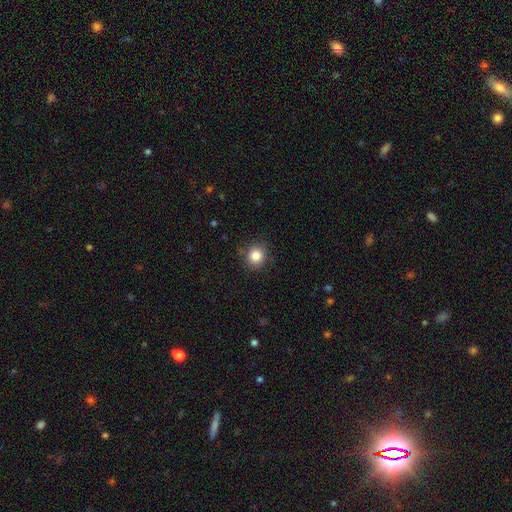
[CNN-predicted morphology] The model was most divided on "smooth or featured": smooth: 84%, star or artifact: 11%, featured or disk: 5%. More confident: how rounded — round (86%); merging — none (86%).